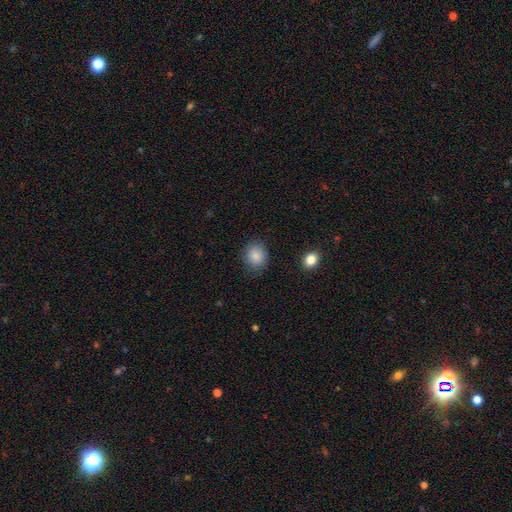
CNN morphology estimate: This is clearly a smooth galaxy (86%). How rounded: likely round (70%). Merging: clearly none (81%).